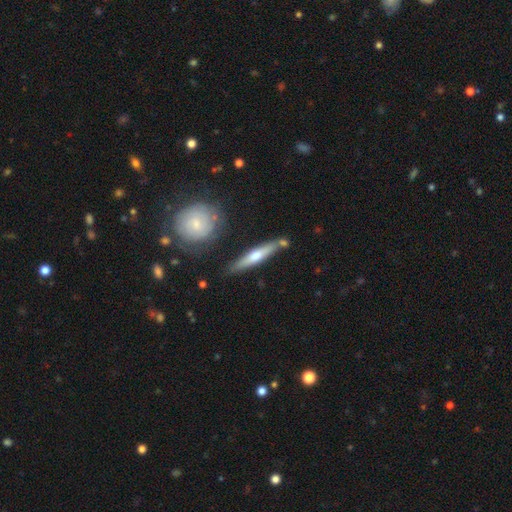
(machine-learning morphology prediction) Q: Smooth or featured?
A: featured or disk (54%); runner-up: smooth (41%)
Q: Edge-on disk?
A: yes (91%); runner-up: no (9%)
Q: Merging?
A: none (79%); runner-up: minor disturbance (12%)